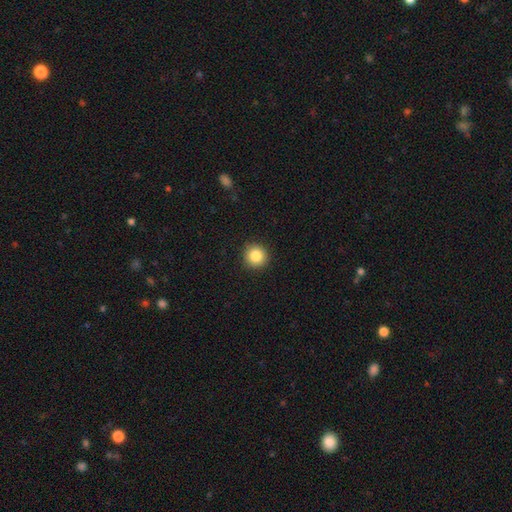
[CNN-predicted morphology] Smooth or featured?
  - smooth: 85% *
  - star or artifact: 9%
  - featured or disk: 5%
How rounded?
  - round: 94% *
  - in between: 5%
  - cigar-shaped: 1%
Merging?
  - none: 92% *
  - minor disturbance: 6%
  - major disturbance: 2%
  - merger: 1%